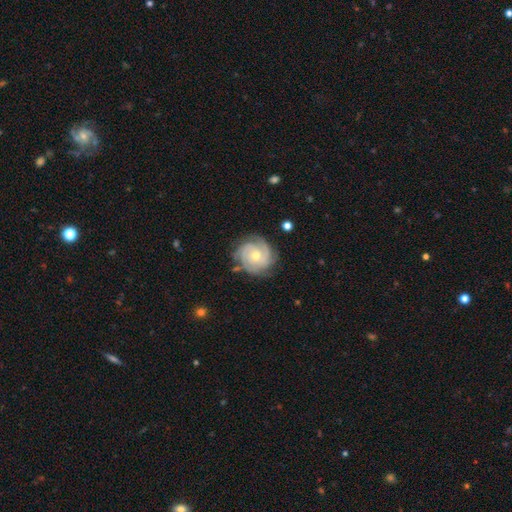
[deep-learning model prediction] Smooth or featured? featured or disk (81%)
Edge-on disk? no (98%)
Bar? no (72%)
Spiral arms? yes (95%)
Spiral winding? tight (67%)
Spiral arm count? 3 (37%)
Bulge size? moderate (55%)
Merging? none (75%)